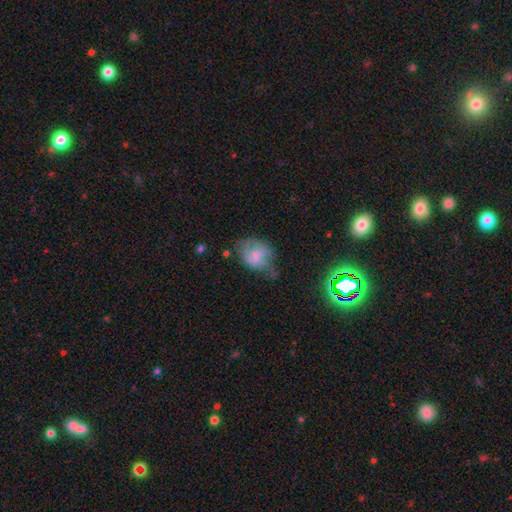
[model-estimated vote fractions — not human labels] Smooth or featured? smooth (61%)
How rounded? in between (66%)
Merging? minor disturbance (36%)